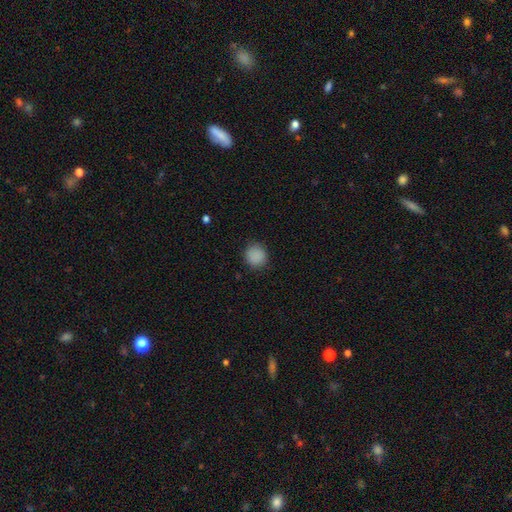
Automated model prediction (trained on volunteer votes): Smooth or featured: smooth — 88% (star or artifact — 9%)
How rounded: round — 88% (in between — 11%)
Merging: none — 86% (minor disturbance — 10%)